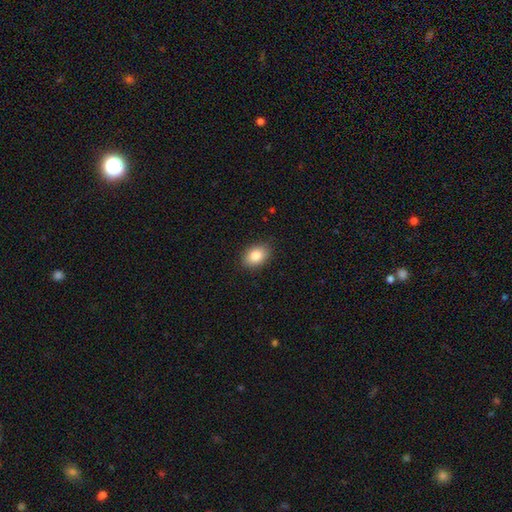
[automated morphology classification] Smooth or featured?
  - smooth: 85% *
  - star or artifact: 8%
  - featured or disk: 7%
How rounded?
  - in between: 83% *
  - round: 16%
  - cigar-shaped: 1%
Merging?
  - none: 88% *
  - minor disturbance: 9%
  - major disturbance: 2%
  - merger: 1%